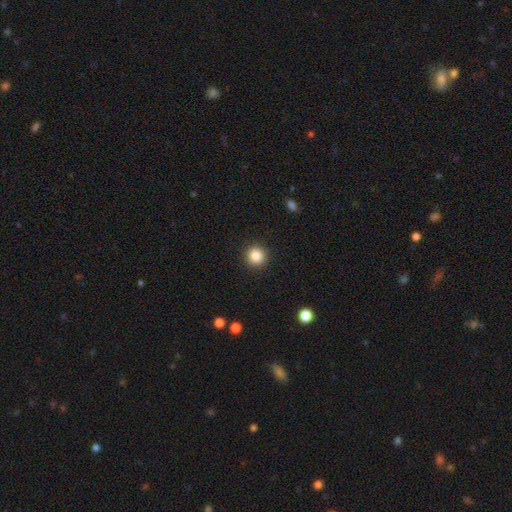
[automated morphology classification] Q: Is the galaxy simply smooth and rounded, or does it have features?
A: smooth — 86%.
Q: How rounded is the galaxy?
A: round — 94%.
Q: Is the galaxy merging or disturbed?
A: none — 92%.